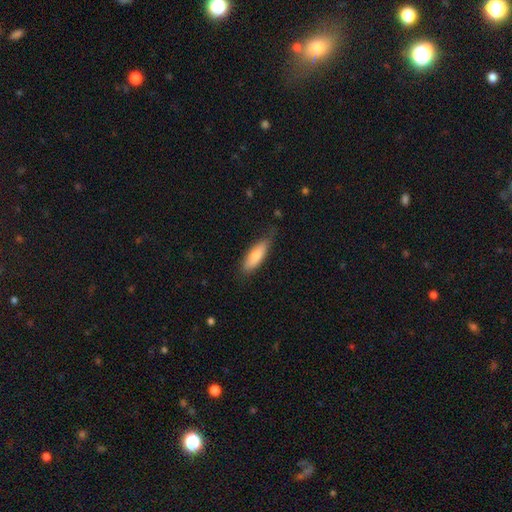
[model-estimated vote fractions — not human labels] Smooth or featured? Predicted: smooth (p=0.79). How rounded? Predicted: in between (p=0.56). Merging? Predicted: none (p=0.70).